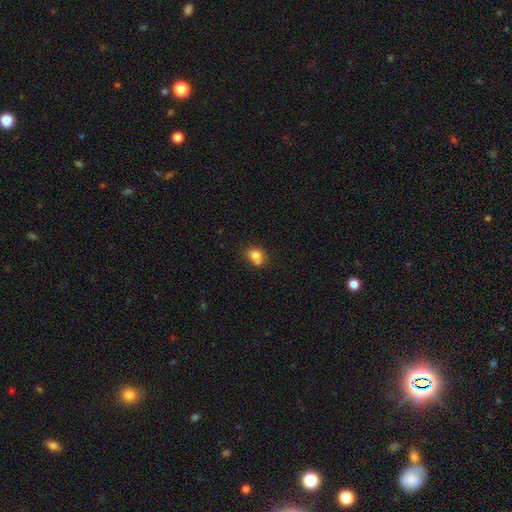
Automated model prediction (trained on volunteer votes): smooth 78%, featured or disk 11%, star or artifact 11%. Down the decision tree: how rounded — round (54%); merging — none (52%).